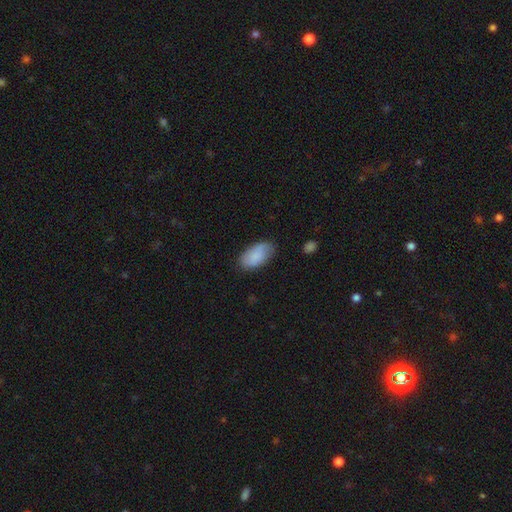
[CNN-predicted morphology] Overall: smooth (83%). How rounded: in between (95%). Merging: none (74%).